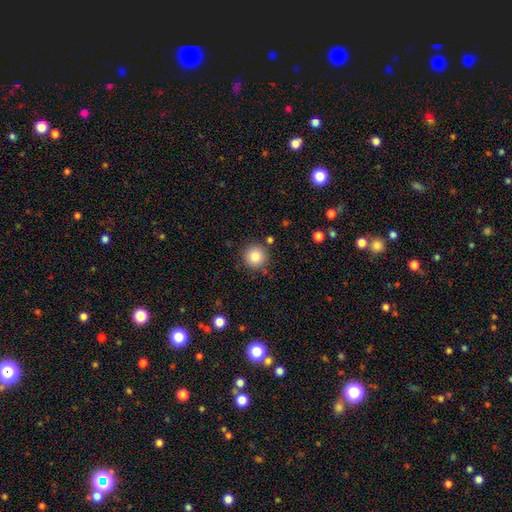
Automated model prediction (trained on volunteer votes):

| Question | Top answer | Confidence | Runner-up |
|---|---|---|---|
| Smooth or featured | smooth | 85% | star or artifact (9%) |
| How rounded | round | 95% | in between (4%) |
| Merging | none | 87% | minor disturbance (8%) |